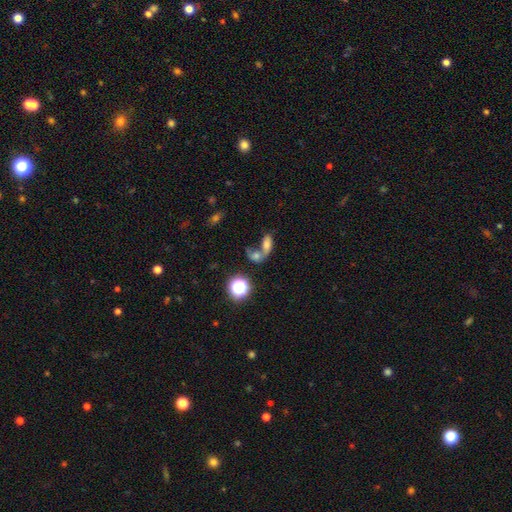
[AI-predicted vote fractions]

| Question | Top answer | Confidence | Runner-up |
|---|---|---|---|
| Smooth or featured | smooth | 60% | star or artifact (20%) |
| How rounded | in between | 69% | round (26%) |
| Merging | merger | 69% | none (17%) |